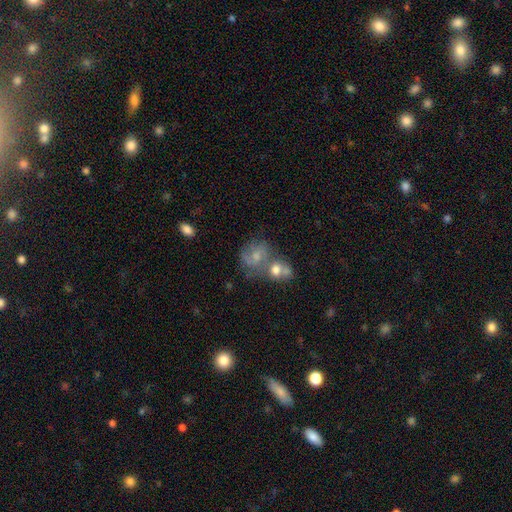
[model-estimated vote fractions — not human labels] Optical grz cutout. It shows a featured or disk galaxy (48%). Merging: merger (42%).